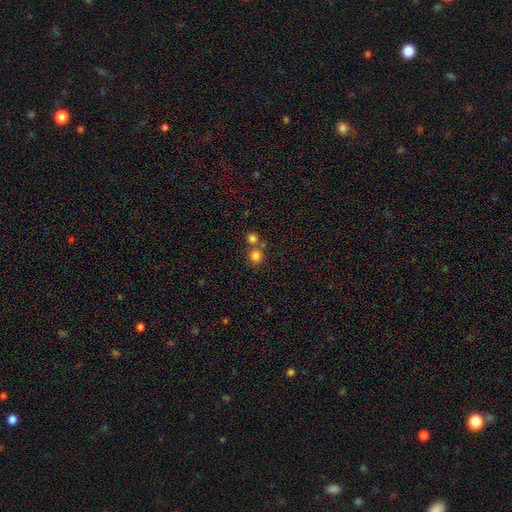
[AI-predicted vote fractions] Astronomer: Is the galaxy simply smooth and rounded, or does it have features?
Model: smooth — 81%.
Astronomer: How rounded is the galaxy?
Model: round — 88%.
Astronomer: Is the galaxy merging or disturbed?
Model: none — 59%.